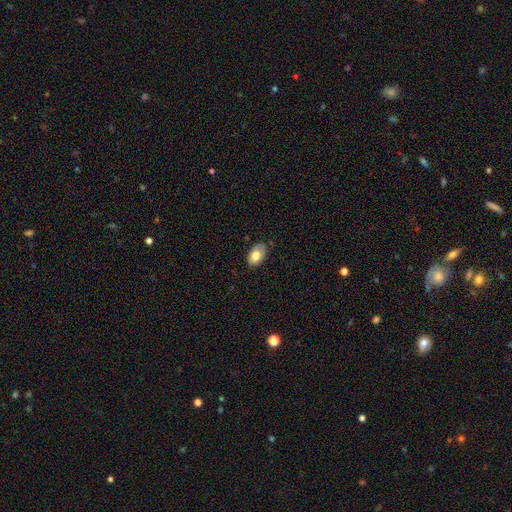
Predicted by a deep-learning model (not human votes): smooth 75%, featured or disk 17%, star or artifact 7%. Down the decision tree: how rounded — in between (91%); merging — none (72%).